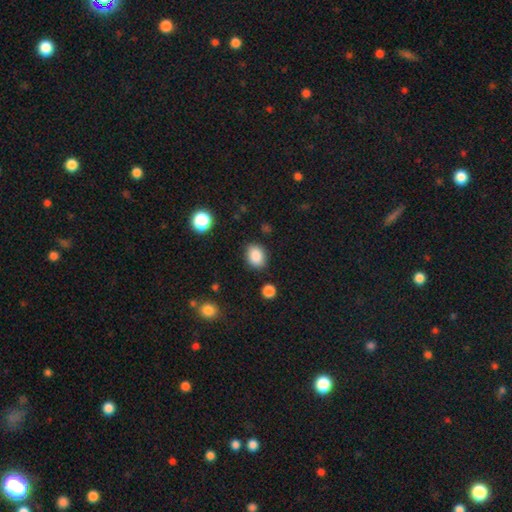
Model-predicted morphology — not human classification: The model was most divided on "how rounded": in between: 65%, round: 34%, cigar-shaped: 1%. More confident: smooth or featured — smooth (87%); merging — none (82%).